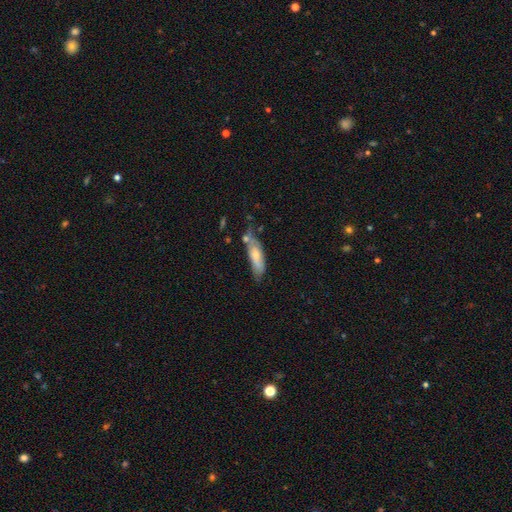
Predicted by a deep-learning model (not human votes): This appears to be a smooth galaxy with no disk features (59%) that is in between round and cigar-shaped (55%). Merging: none (41%).